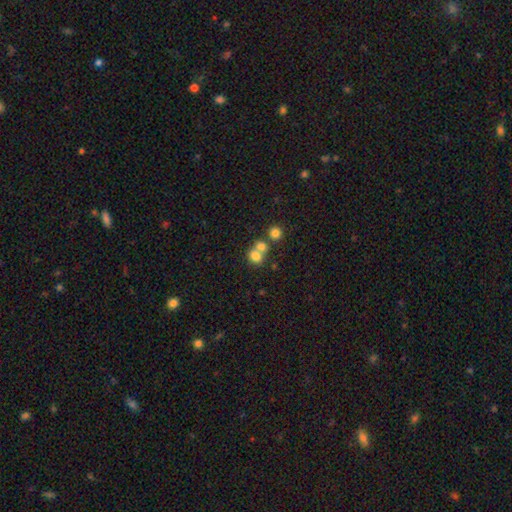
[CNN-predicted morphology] Overall: smooth (75%). How rounded: round (68%; in between 31%). Merging: merger (52%; none 37%).